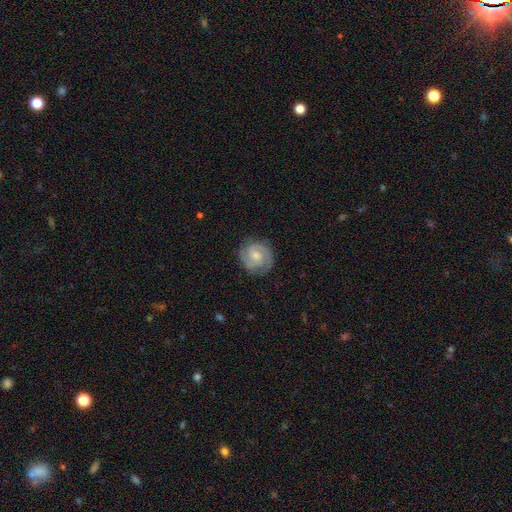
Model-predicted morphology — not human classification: Q: Smooth or featured?
A: featured or disk (80%); runner-up: smooth (14%)
Q: Edge-on disk?
A: no (98%); runner-up: yes (2%)
Q: Bar?
A: no (54%); runner-up: weak (39%)
Q: Spiral arms?
A: yes (96%); runner-up: no (4%)
Q: Spiral winding?
A: tight (59%); runner-up: medium (35%)
Q: Spiral arm count?
A: 2 (76%); runner-up: 3 (10%)
Q: Bulge size?
A: moderate (46%); runner-up: small (42%)
Q: Merging?
A: none (82%); runner-up: minor disturbance (13%)